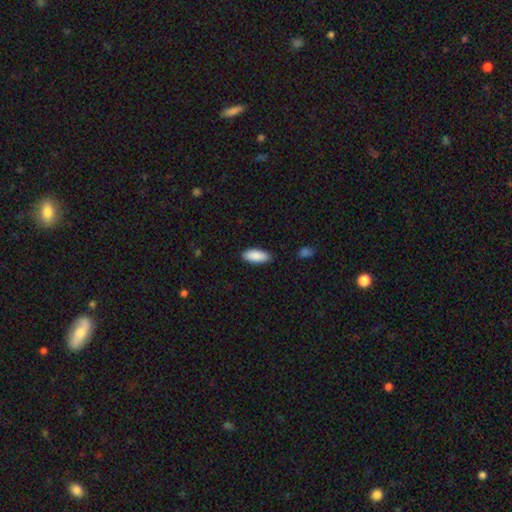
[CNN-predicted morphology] type=smooth (90%); roundness=in between (84%); merging=none (87%).